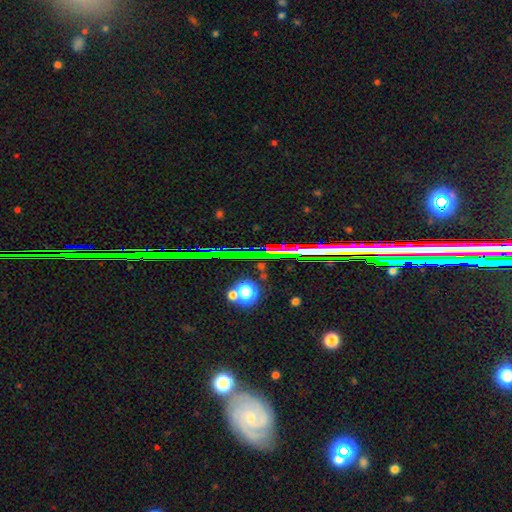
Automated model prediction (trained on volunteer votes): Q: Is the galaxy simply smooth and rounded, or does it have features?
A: star or artifact — 70%.